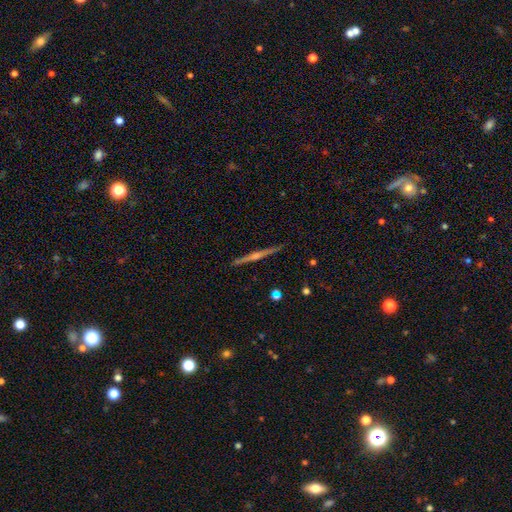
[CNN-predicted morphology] Smooth or featured: featured or disk — 80% (smooth — 14%)
Edge-on disk: yes — 98% (no — 2%)
Edge-on bulge: rounded — 75% (none — 15%)
Merging: none — 92% (minor disturbance — 6%)